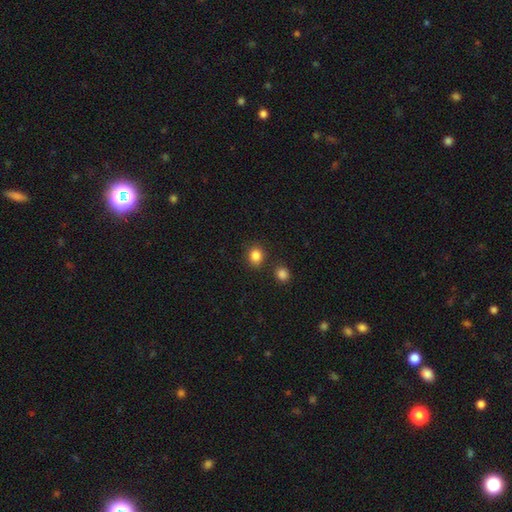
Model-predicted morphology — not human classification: The model was most divided on "how rounded": round: 72%, in between: 27%, cigar-shaped: 1%. More confident: smooth or featured — smooth (85%); merging — none (81%).